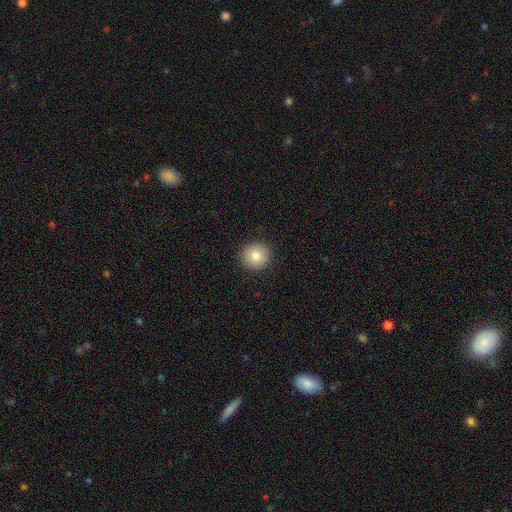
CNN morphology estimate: A smooth galaxy with no disk features (83%) that is round (93%). Merging: none (92%).